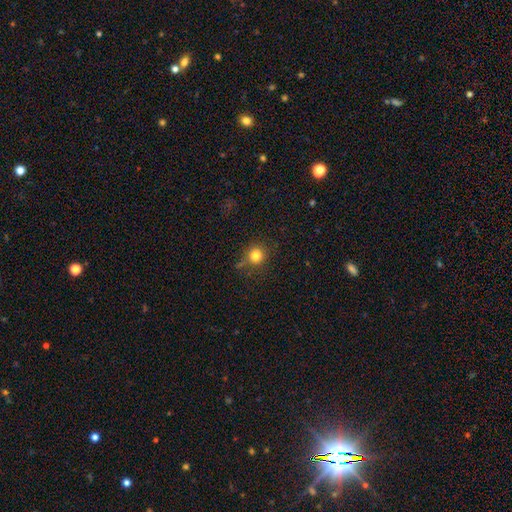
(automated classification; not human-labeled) Smooth or featured? smooth (81%)
How rounded? round (90%)
Merging? none (76%)